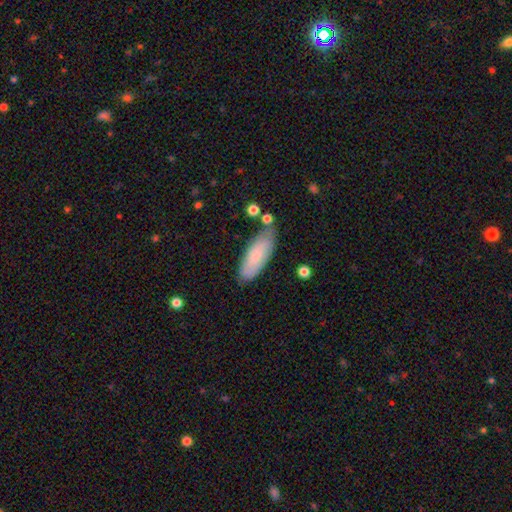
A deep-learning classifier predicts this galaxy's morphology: A smooth galaxy with no disk features (75%) that is in between round and cigar-shaped (65%). Merging: none (76%).